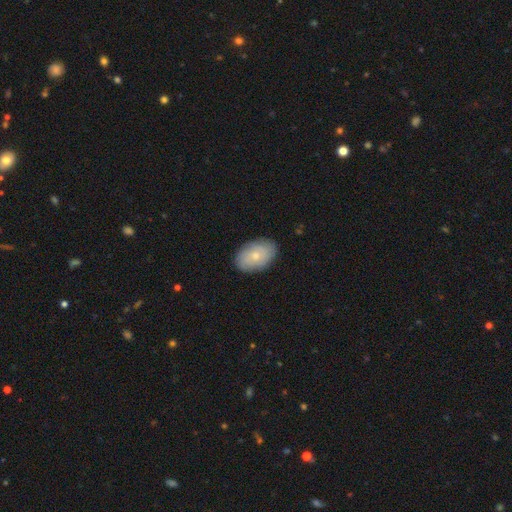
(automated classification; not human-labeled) A smooth galaxy with no disk features (73%) that is in between round and cigar-shaped (90%).

Vote fractions:
- Smooth or featured? smooth: 73% / featured or disk: 21% / star or artifact: 6%
- How rounded? in between: 90% / round: 9% / cigar-shaped: 1%
- Merging? none: 86% / minor disturbance: 10% / major disturbance: 2% / merger: 1%